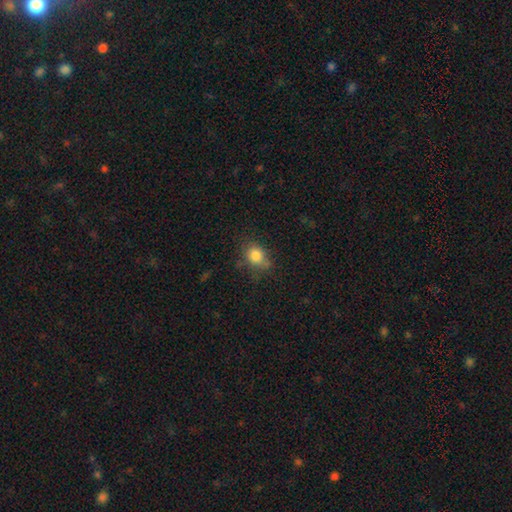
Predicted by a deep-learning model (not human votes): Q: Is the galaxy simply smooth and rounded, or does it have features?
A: smooth — 82%.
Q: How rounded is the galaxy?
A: in between — 50%.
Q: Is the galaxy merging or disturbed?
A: none — 60%.